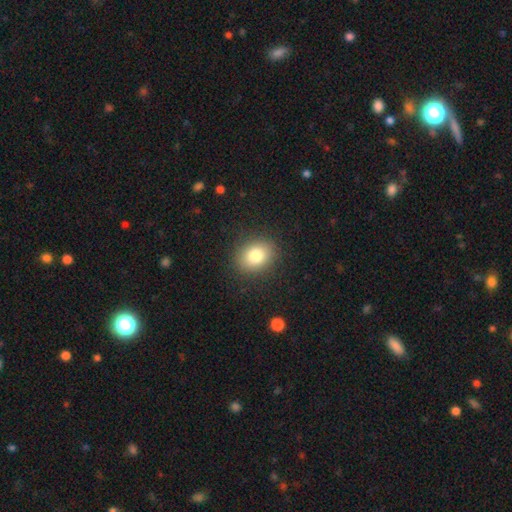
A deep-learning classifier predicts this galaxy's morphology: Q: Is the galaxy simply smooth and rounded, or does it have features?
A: smooth — 81%.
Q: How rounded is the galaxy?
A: round — 55%.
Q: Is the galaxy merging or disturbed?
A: none — 89%.